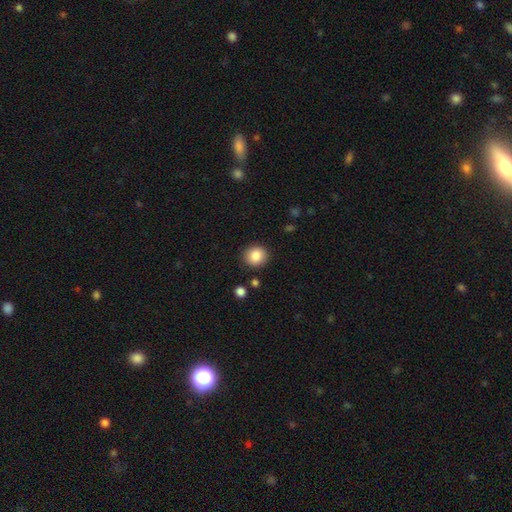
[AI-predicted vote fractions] Smooth or featured: smooth — 86% (star or artifact — 9%)
How rounded: round — 85% (in between — 14%)
Merging: none — 88% (minor disturbance — 8%)